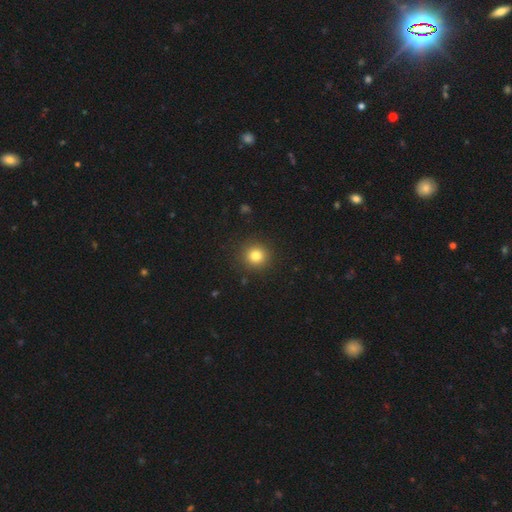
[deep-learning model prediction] Morphology: type=smooth (81%); roundness=round (93%); merging=none (91%).